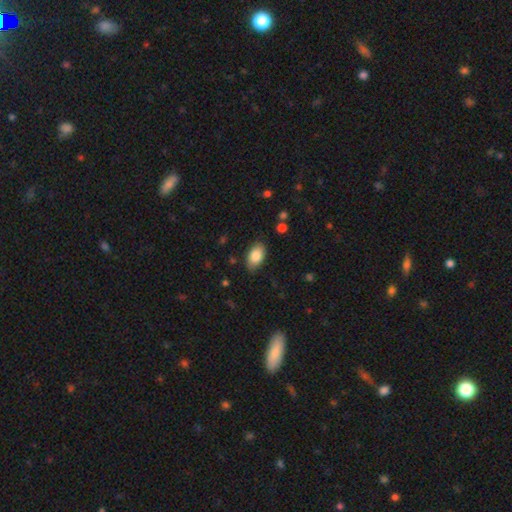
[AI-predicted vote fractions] A smooth galaxy with no disk features (85%) that is in between round and cigar-shaped (93%). Merging: none (84%).